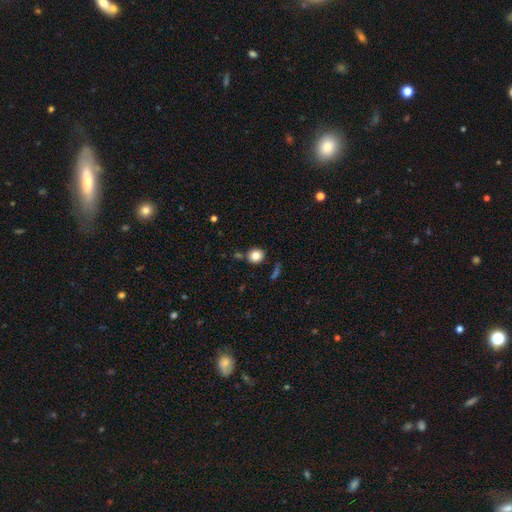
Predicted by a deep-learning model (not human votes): smooth 83%, star or artifact 10%, featured or disk 6%. Down the decision tree: how rounded — round (83%); merging — none (80%).